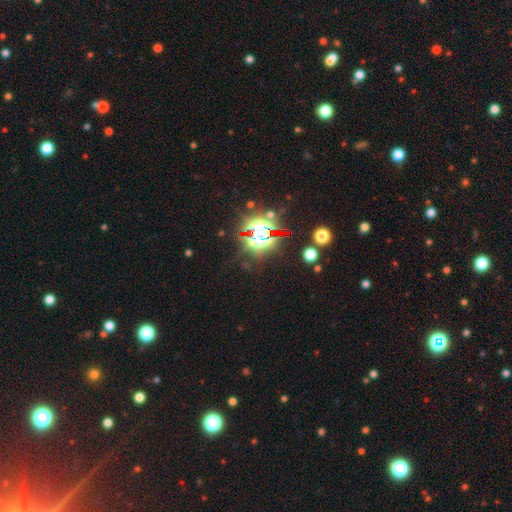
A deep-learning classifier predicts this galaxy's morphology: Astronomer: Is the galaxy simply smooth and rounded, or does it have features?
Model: star or artifact — 81%.